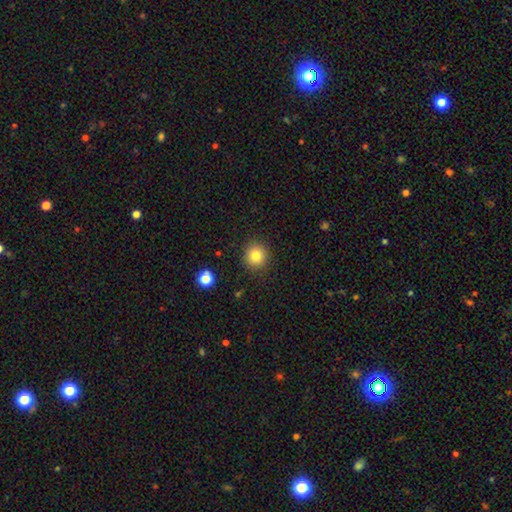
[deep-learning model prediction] Morphology: type=smooth (81%); roundness=round (92%); merging=none (90%).